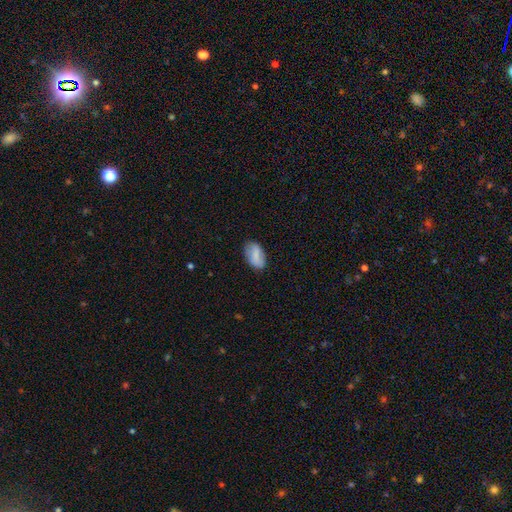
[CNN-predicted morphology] smooth 71%, featured or disk 22%, star or artifact 7%. Down the decision tree: how rounded — in between (92%); merging — none (78%).